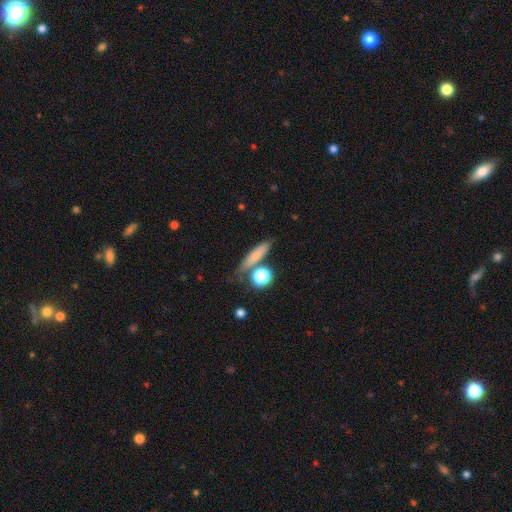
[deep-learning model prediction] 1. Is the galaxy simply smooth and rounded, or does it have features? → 67% smooth, 23% featured or disk, 10% star or artifact.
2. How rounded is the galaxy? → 66% cigar-shaped, 21% in between, 13% round.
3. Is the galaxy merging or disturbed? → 68% none, 15% minor disturbance, 12% merger, 5% major disturbance.